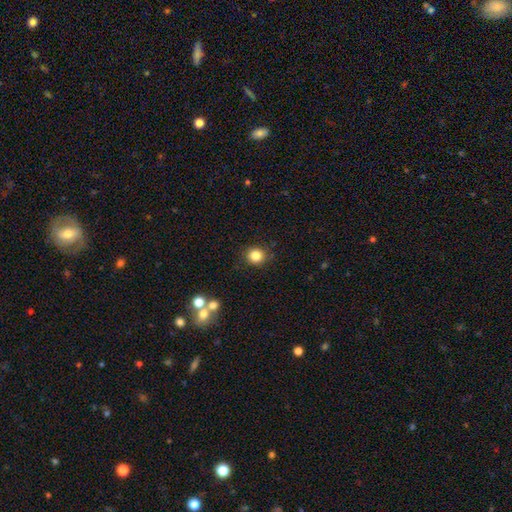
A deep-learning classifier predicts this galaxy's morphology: The model was most divided on "smooth or featured": smooth: 83%, star or artifact: 12%, featured or disk: 5%. More confident: how rounded — round (87%); merging — none (87%).